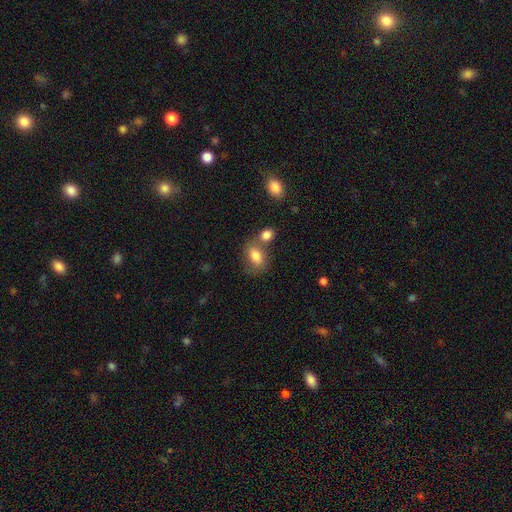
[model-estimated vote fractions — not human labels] Q: Smooth or featured?
A: smooth (79%); runner-up: featured or disk (12%)
Q: How rounded?
A: in between (82%); runner-up: round (16%)
Q: Merging?
A: none (46%); runner-up: merger (32%)